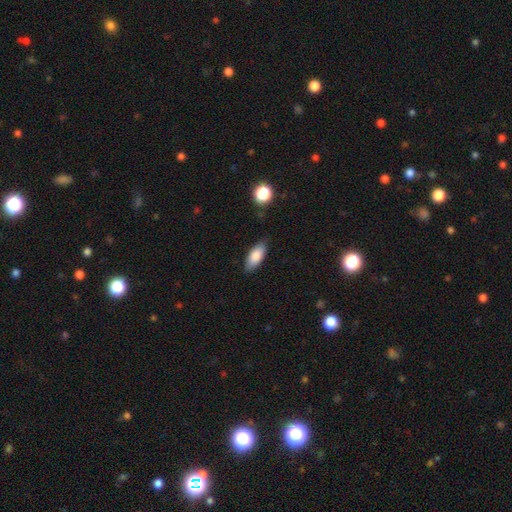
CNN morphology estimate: smooth-or-featured: smooth: 84% | featured or disk: 9% | star or artifact: 7%
  how-rounded: in between: 83% | cigar-shaped: 14% | round: 2%
  merging: none: 82% | minor disturbance: 14% | major disturbance: 3% | merger: 2%